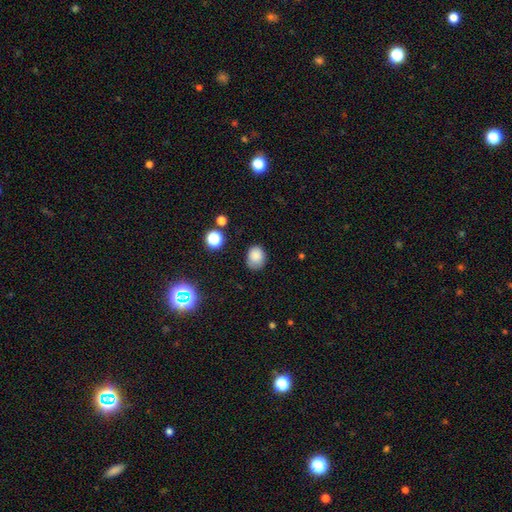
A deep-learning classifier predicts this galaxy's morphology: Q: Smooth or featured?
A: smooth (82%); runner-up: star or artifact (11%)
Q: How rounded?
A: in between (50%); runner-up: round (49%)
Q: Merging?
A: none (72%); runner-up: minor disturbance (21%)